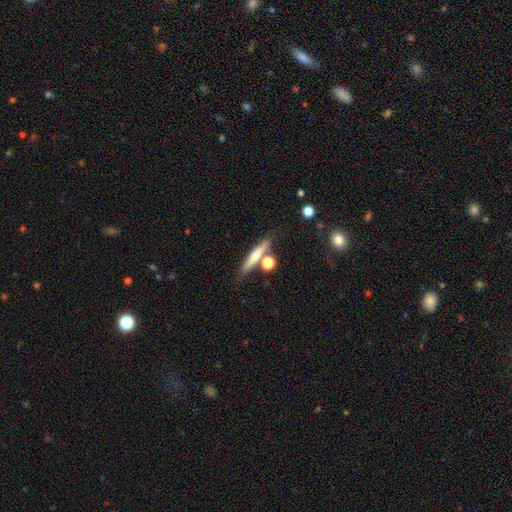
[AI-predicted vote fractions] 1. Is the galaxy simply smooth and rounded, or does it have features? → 60% smooth, 32% featured or disk, 8% star or artifact.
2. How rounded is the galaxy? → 82% cigar-shaped, 11% in between, 7% round.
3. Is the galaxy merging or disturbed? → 68% none, 16% merger, 11% minor disturbance, 4% major disturbance.